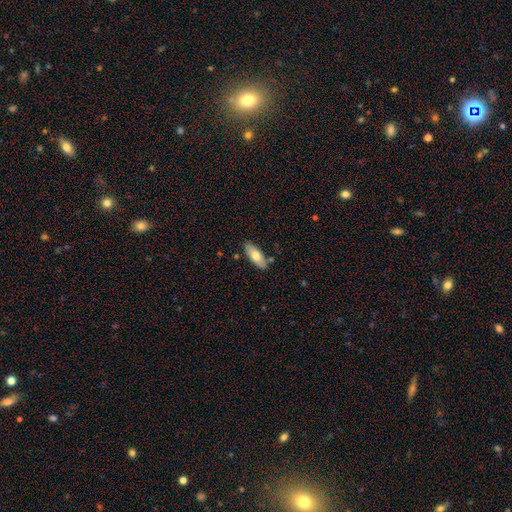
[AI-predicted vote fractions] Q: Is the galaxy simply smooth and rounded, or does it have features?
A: smooth — 73%.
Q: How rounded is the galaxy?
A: in between — 83%.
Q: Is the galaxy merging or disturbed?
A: none — 81%.